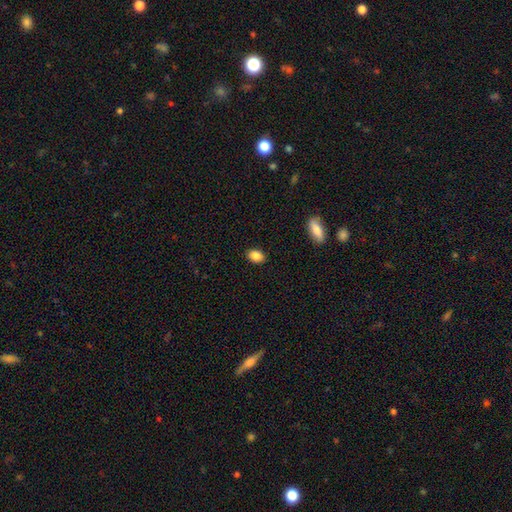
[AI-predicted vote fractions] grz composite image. It shows a smooth galaxy with no disk features (87%) that is in between round and cigar-shaped (75%). Merging: none (89%).